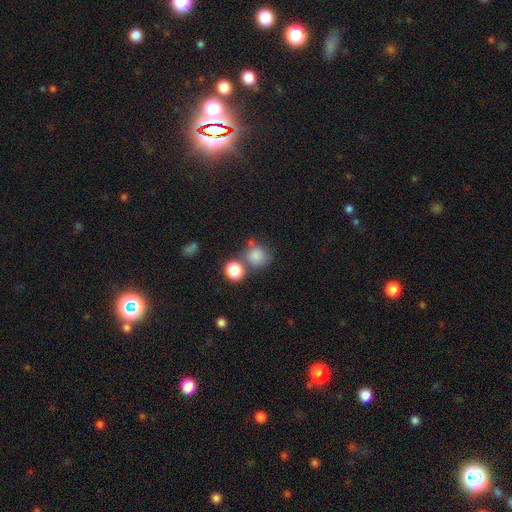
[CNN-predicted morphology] This is clearly a smooth galaxy (81%). How rounded: clearly round (82%). Merging: possibly none (53%).